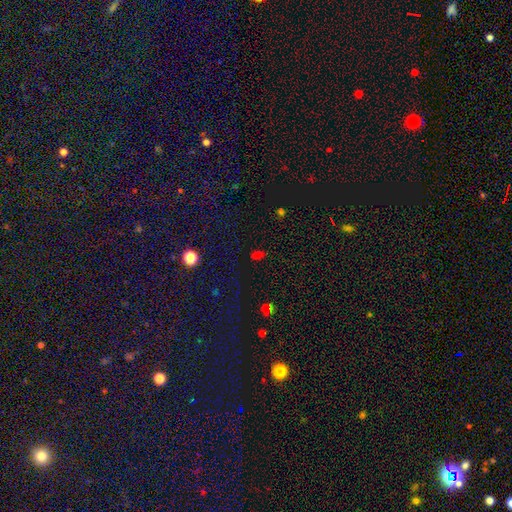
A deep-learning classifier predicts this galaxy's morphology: type=smooth (58%); roundness=in between (76%); merging=none (77%).